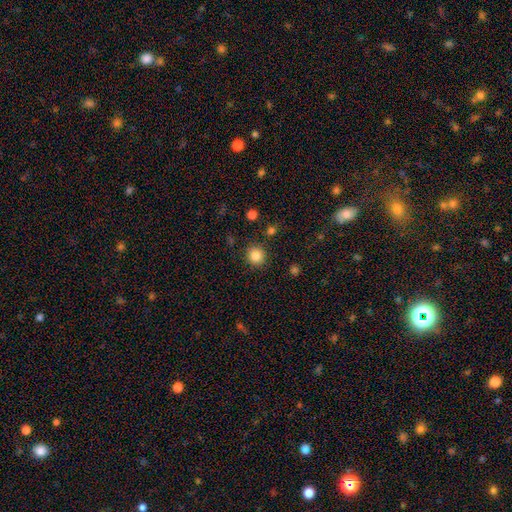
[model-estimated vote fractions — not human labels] Smooth or featured? Predicted: smooth (p=0.85). How rounded? Predicted: round (p=0.91). Merging? Predicted: none (p=0.89).